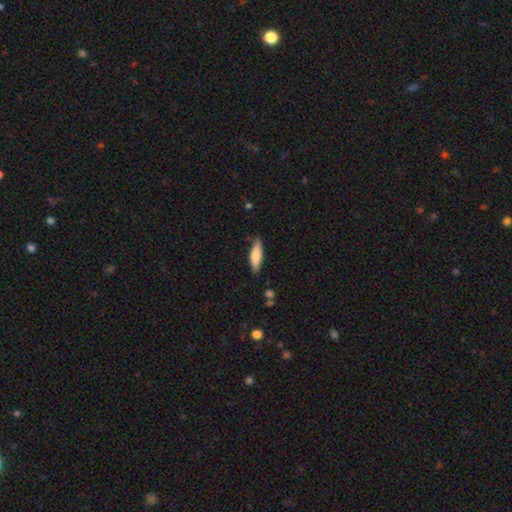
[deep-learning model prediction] Smooth or featured? Predicted: smooth (p=0.76). How rounded? Predicted: cigar-shaped (p=0.58). Merging? Predicted: none (p=0.79).